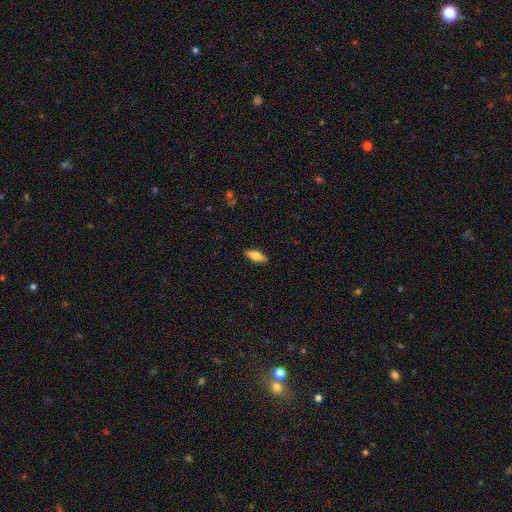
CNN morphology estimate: type=smooth (70%); roundness=in between (68%); merging=none (88%).